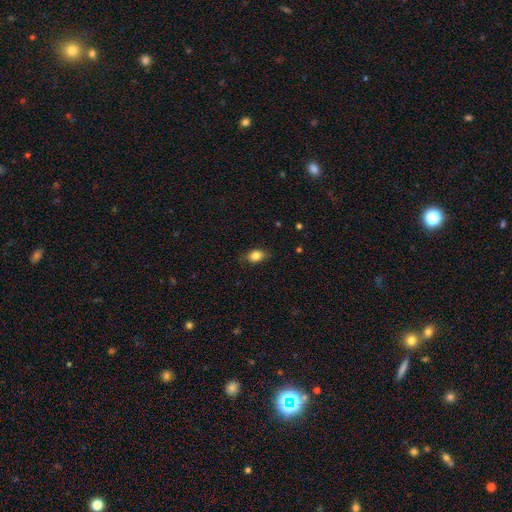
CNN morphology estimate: type=smooth (83%); roundness=in between (75%); merging=none (78%).